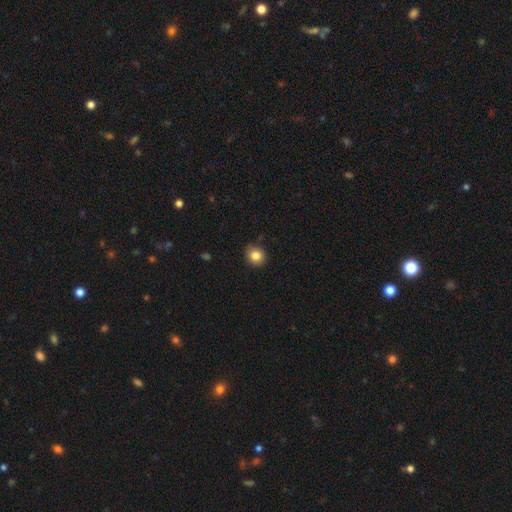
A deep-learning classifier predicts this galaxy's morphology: smooth_or_featured: smooth (p=0.83) [alt: star or artifact p=0.10]
how_rounded: round (p=0.81) [alt: in between p=0.18]
merging: none (p=0.84) [alt: minor disturbance p=0.12]